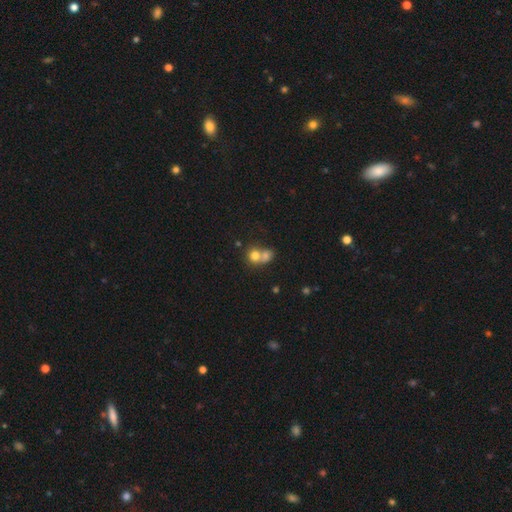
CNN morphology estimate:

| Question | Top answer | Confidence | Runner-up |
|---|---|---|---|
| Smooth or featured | smooth | 73% | featured or disk (16%) |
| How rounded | round | 75% | in between (24%) |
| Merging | merger | 63% | none (28%) |